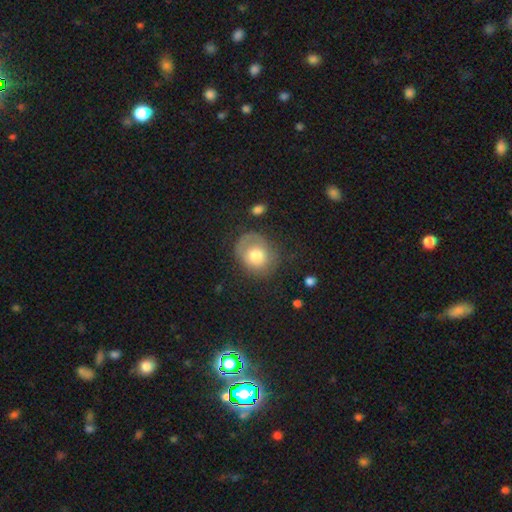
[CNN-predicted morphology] Smooth or featured: smooth — 65% (featured or disk — 26%)
How rounded: round — 65% (in between — 34%)
Merging: none — 59% (minor disturbance — 23%)